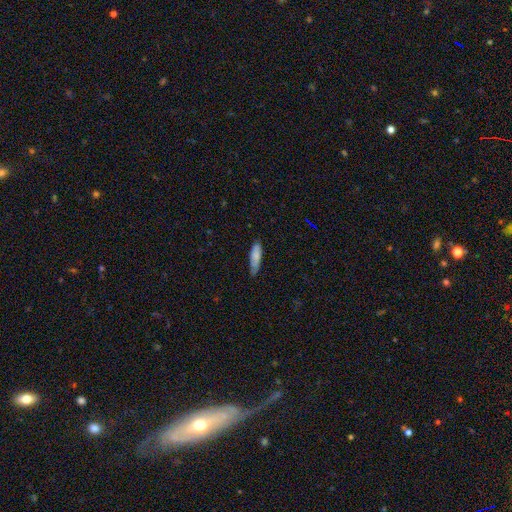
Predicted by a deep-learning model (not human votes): Smooth or featured? Predicted: smooth (p=0.80). How rounded? Predicted: cigar-shaped (p=0.55). Merging? Predicted: none (p=0.64).